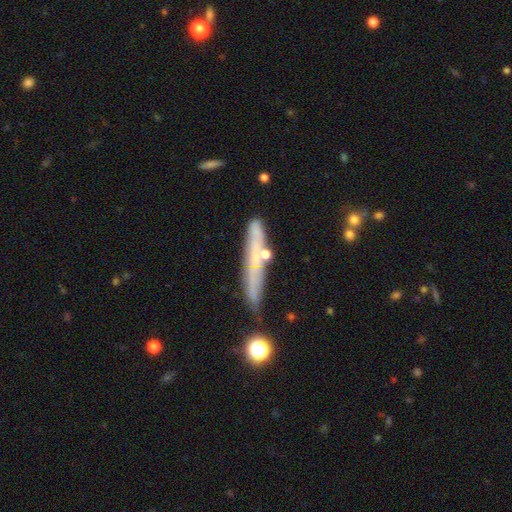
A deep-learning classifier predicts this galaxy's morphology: This appears to be a featured or disk galaxy (48%). Merging: none (66%).